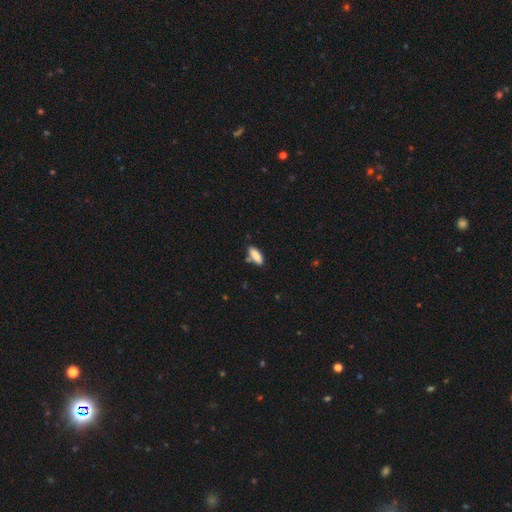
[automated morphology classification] Smooth or featured: smooth — 86% (star or artifact — 7%)
How rounded: in between — 60% (cigar-shaped — 38%)
Merging: none — 73% (minor disturbance — 16%)